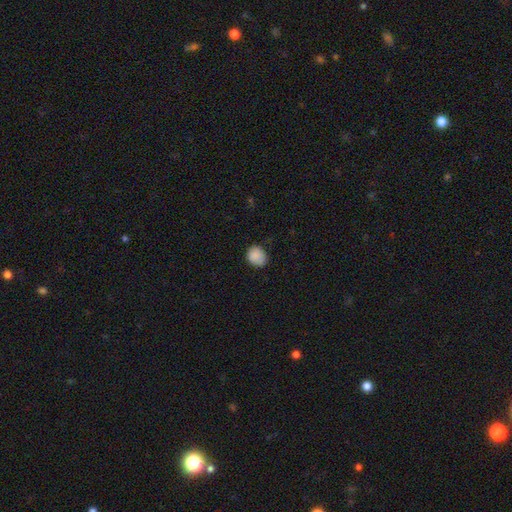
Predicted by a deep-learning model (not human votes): Smooth or featured? Predicted: smooth (p=0.87). How rounded? Predicted: round (p=0.69). Merging? Predicted: none (p=0.74).